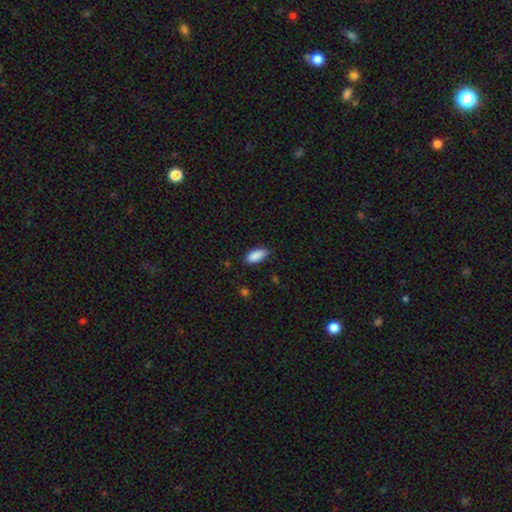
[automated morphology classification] smooth_or_featured: smooth (p=0.89) [alt: star or artifact p=0.06]
how_rounded: in between (p=0.85) [alt: cigar-shaped p=0.13]
merging: none (p=0.83) [alt: minor disturbance p=0.13]